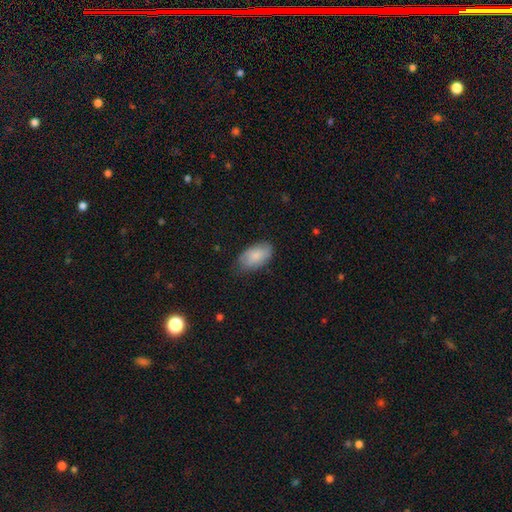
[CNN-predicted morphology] smooth_or_featured: smooth (p=0.83) [alt: featured or disk p=0.11]
how_rounded: in between (p=0.94) [alt: round p=0.04]
merging: none (p=0.73) [alt: minor disturbance p=0.22]